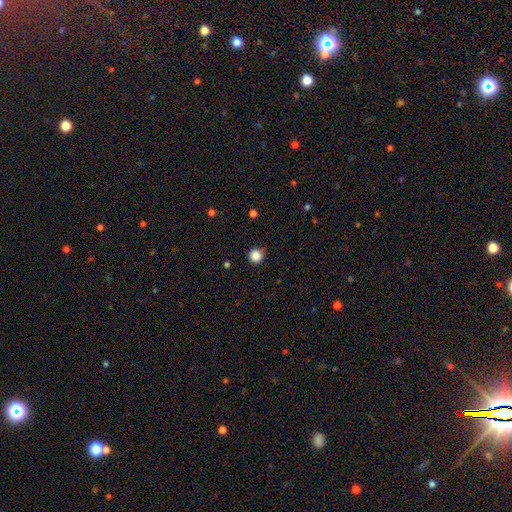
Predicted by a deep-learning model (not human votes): The model was most divided on "smooth or featured": smooth: 86%, star or artifact: 11%, featured or disk: 3%. More confident: how rounded — round (96%); merging — none (91%).